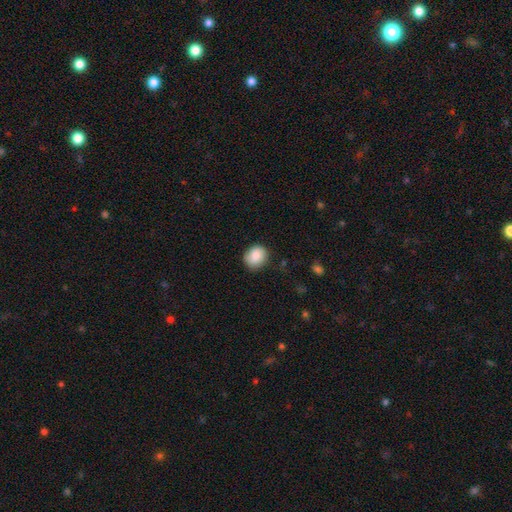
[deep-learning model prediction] This is clearly a smooth galaxy (87%). How rounded: likely round (66%). Merging: clearly none (82%).